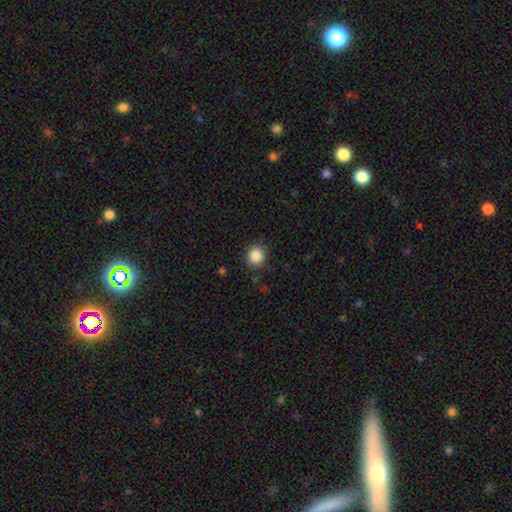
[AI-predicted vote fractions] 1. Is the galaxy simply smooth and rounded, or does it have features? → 87% smooth, 9% star or artifact, 3% featured or disk.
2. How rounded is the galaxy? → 87% round, 12% in between, 1% cigar-shaped.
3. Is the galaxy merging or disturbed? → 87% none, 9% minor disturbance, 3% major disturbance, 1% merger.